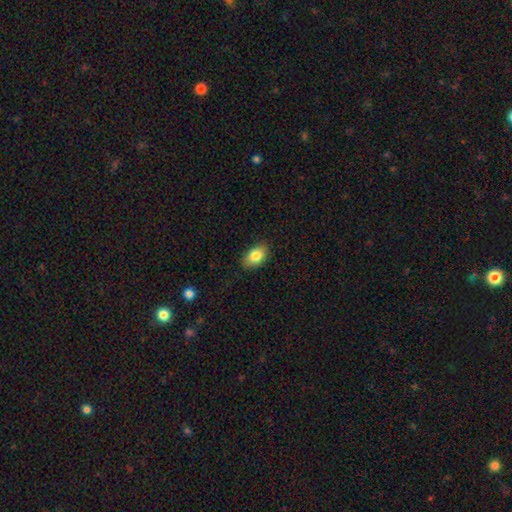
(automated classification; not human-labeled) Q: Smooth or featured?
A: smooth (84%); runner-up: featured or disk (9%)
Q: How rounded?
A: in between (90%); runner-up: round (8%)
Q: Merging?
A: none (85%); runner-up: minor disturbance (11%)